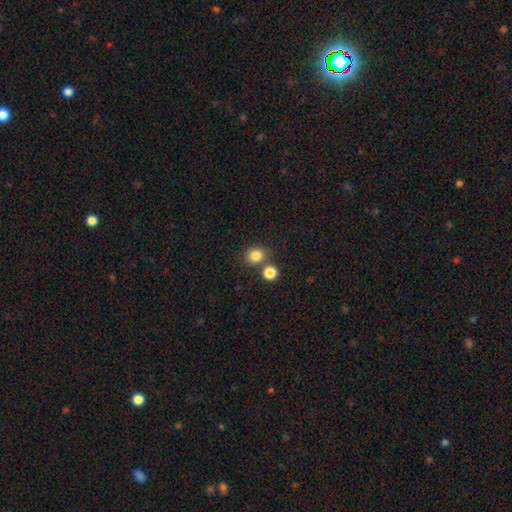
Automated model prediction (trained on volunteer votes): smooth-or-featured: smooth: 83% | star or artifact: 12% | featured or disk: 5%
  how-rounded: round: 83% | in between: 16% | cigar-shaped: 1%
  merging: none: 74% | merger: 16% | minor disturbance: 8% | major disturbance: 3%